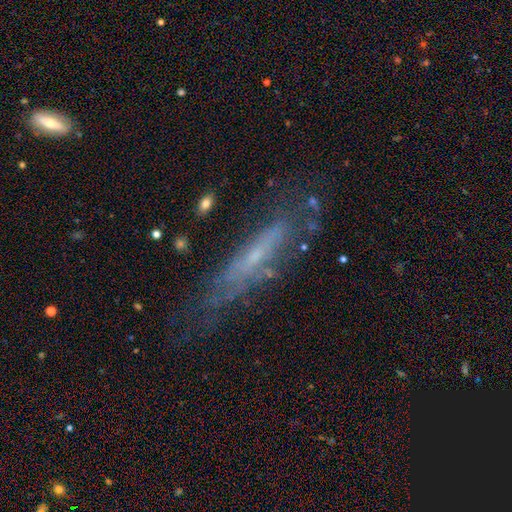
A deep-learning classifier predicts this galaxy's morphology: Overall: featured or disk (61%; smooth 27%). Edge-on disk: yes (54%; no 46%). Merging: none (65%).